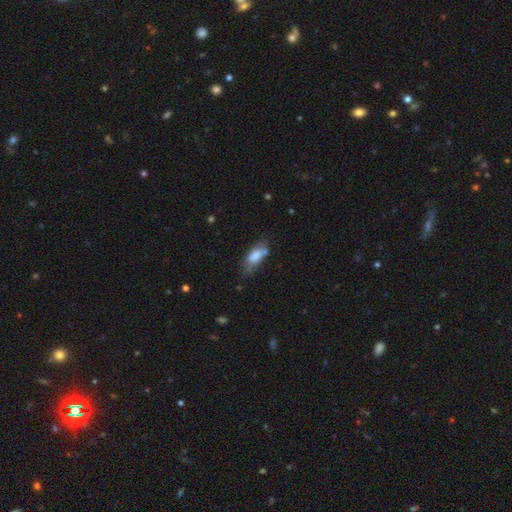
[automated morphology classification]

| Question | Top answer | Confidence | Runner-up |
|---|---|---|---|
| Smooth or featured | smooth | 75% | featured or disk (17%) |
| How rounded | in between | 77% | cigar-shaped (21%) |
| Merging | none | 48% | minor disturbance (31%) |